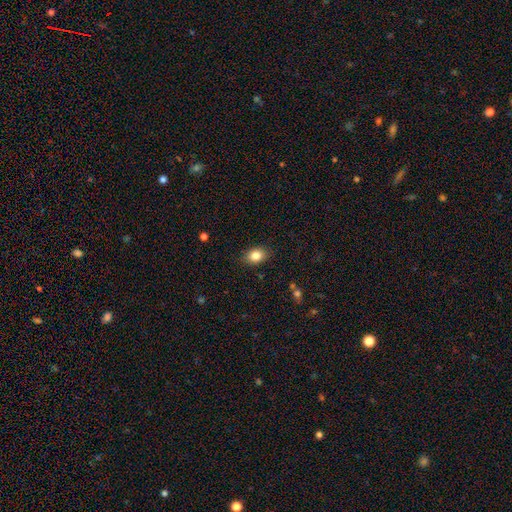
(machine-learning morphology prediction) smooth 85%, star or artifact 9%, featured or disk 6%. Down the decision tree: how rounded — in between (72%); merging — none (86%).